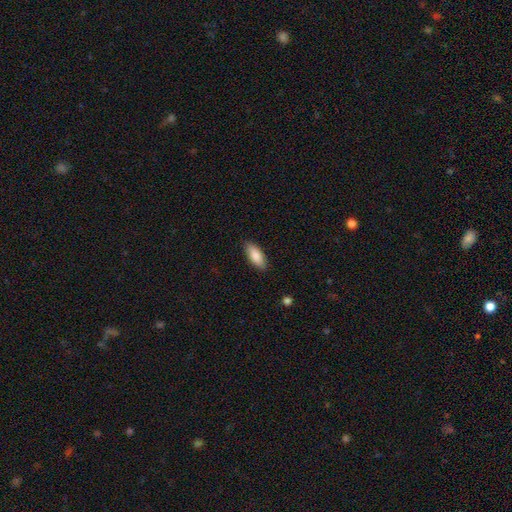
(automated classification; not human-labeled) Overall: smooth (86%). How rounded: in between (77%). Merging: none (87%).